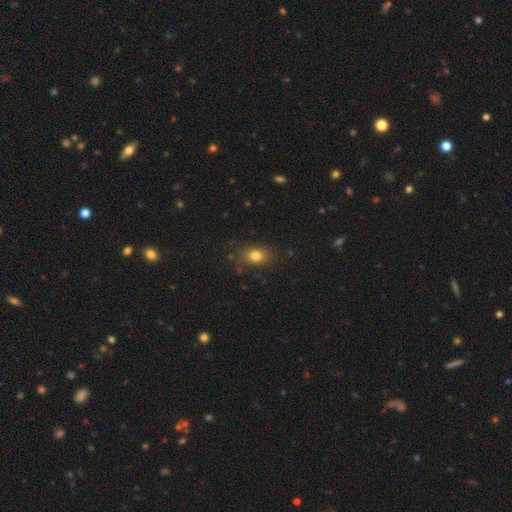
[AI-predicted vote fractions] The model was most divided on "how rounded": in between: 72%, round: 26%, cigar-shaped: 2%. More confident: merging — none (81%); smooth or featured — smooth (80%).